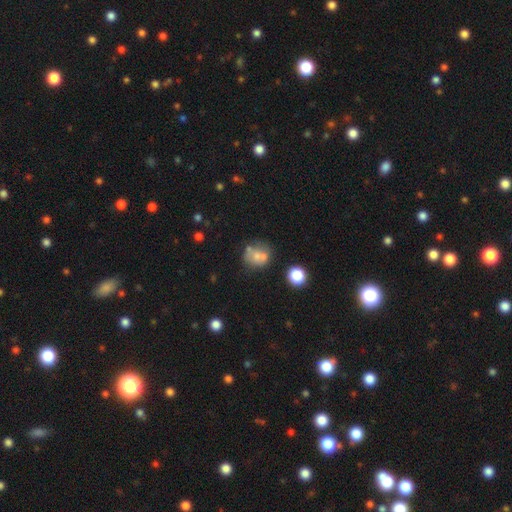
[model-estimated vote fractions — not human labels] This is likely a smooth galaxy (60%). How rounded: likely round (72%). Merging: marginally none (43%).